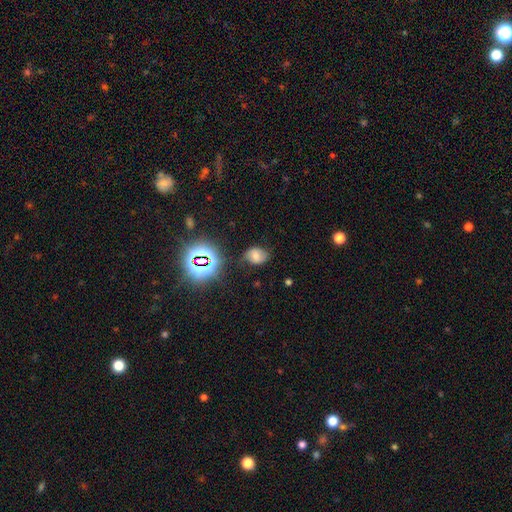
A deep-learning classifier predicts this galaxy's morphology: This is possibly a smooth galaxy (54%). How rounded: likely in between (60%). Merging: likely none (72%).